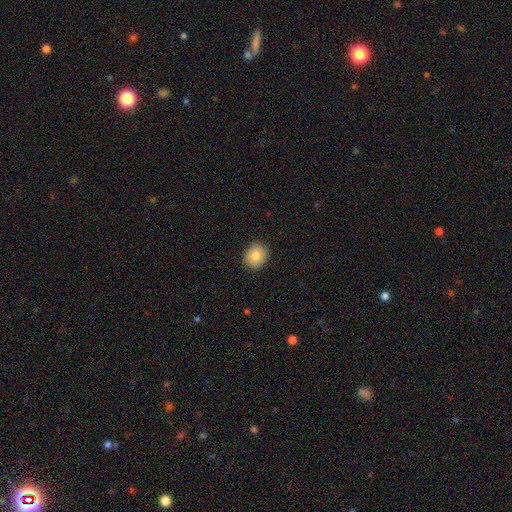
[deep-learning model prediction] smooth_or_featured: smooth (p=0.83) [alt: featured or disk p=0.09]
how_rounded: round (p=0.71) [alt: in between p=0.28]
merging: none (p=0.89) [alt: minor disturbance p=0.08]